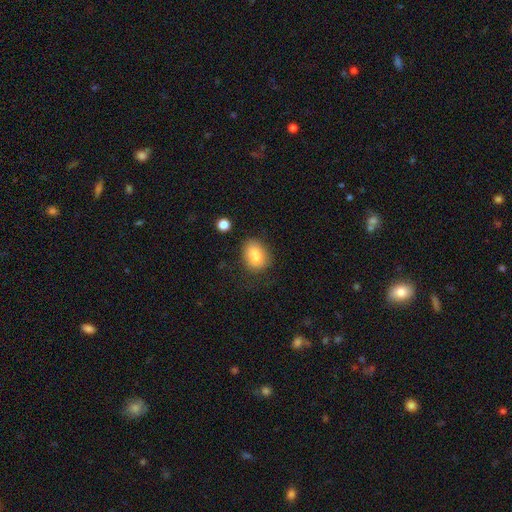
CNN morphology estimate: Smooth or featured? Predicted: smooth (p=0.79). How rounded? Predicted: in between (p=0.68). Merging? Predicted: none (p=0.57).